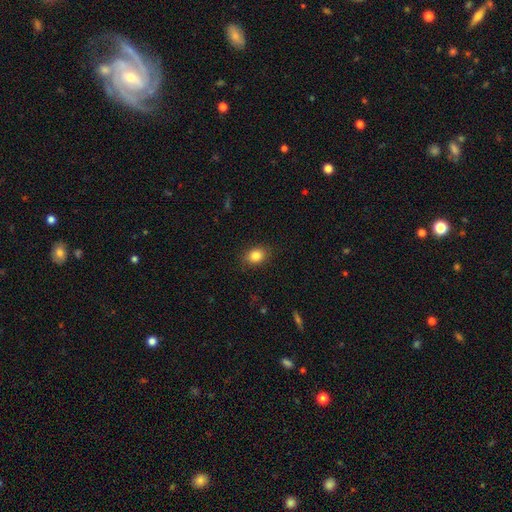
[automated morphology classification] The model was most divided on "how rounded": in between: 56%, round: 43%, cigar-shaped: 1%. More confident: merging — none (86%); smooth or featured — smooth (84%).